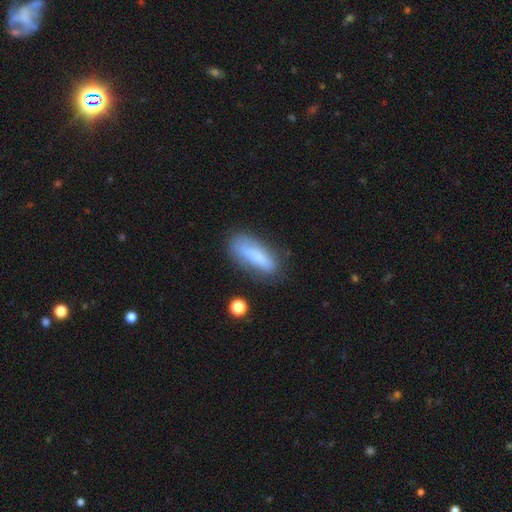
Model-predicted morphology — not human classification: Smooth or featured? Predicted: smooth (p=0.77). How rounded? Predicted: cigar-shaped (p=0.50). Merging? Predicted: none (p=0.67).